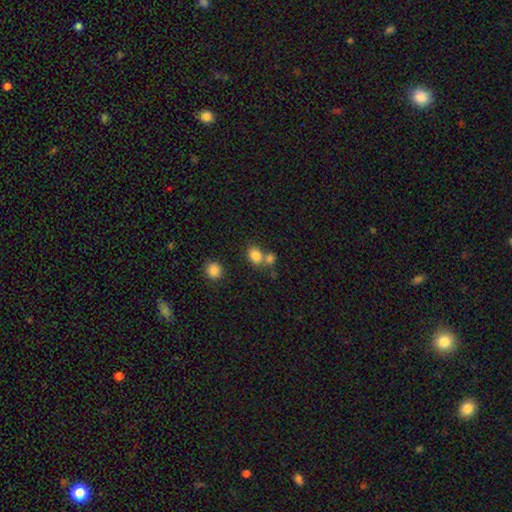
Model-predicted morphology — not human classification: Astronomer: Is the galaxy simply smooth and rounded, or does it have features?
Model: smooth — 81%.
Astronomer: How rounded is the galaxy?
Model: in between — 51% (runner-up: round, 48%).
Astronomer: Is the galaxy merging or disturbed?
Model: none — 50% (runner-up: merger, 36%).